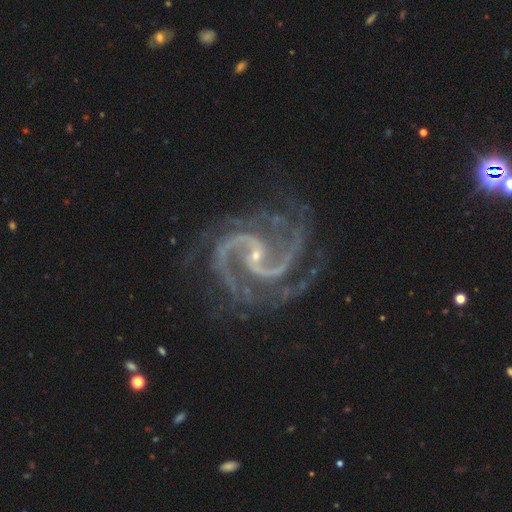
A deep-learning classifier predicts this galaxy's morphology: Q: Smooth or featured?
A: featured or disk (94%); runner-up: star or artifact (4%)
Q: Edge-on disk?
A: no (98%); runner-up: yes (2%)
Q: Bar?
A: weak (40%); runner-up: no (33%)
Q: Spiral arms?
A: yes (99%); runner-up: no (1%)
Q: Spiral winding?
A: medium (65%); runner-up: tight (21%)
Q: Spiral arm count?
A: 2 (82%); runner-up: 3 (7%)
Q: Bulge size?
A: small (84%); runner-up: moderate (10%)
Q: Merging?
A: none (71%); runner-up: minor disturbance (17%)